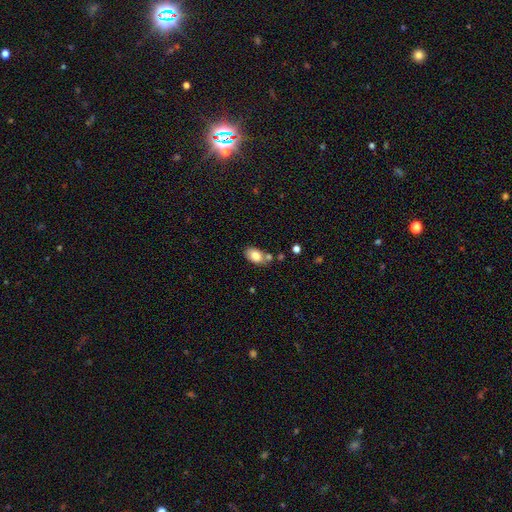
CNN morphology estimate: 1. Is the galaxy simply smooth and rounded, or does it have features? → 79% smooth, 13% featured or disk, 8% star or artifact.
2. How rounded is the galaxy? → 87% in between, 12% round, 1% cigar-shaped.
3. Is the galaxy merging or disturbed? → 62% none, 18% minor disturbance, 16% merger, 4% major disturbance.